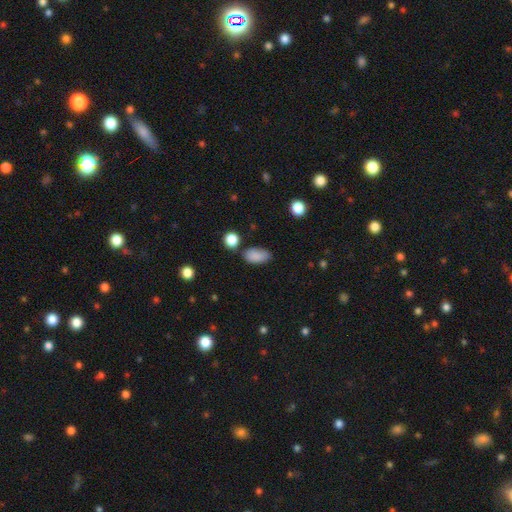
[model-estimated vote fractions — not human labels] Smooth or featured? smooth (87%)
How rounded? in between (92%)
Merging? none (69%)